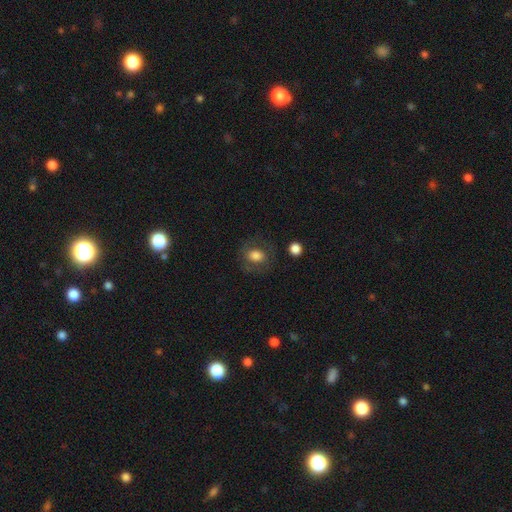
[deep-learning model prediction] Smooth or featured?
  - smooth: 71% *
  - featured or disk: 20%
  - star or artifact: 9%
How rounded?
  - round: 53% *
  - in between: 46%
  - cigar-shaped: 1%
Merging?
  - none: 74% *
  - minor disturbance: 15%
  - major disturbance: 9%
  - merger: 2%